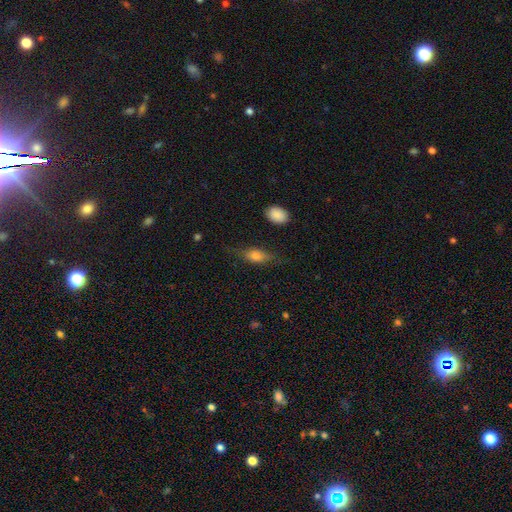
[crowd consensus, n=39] A smooth galaxy with no disk features (62%) that is in between round and cigar-shaped (62%). Merging: none (57%).